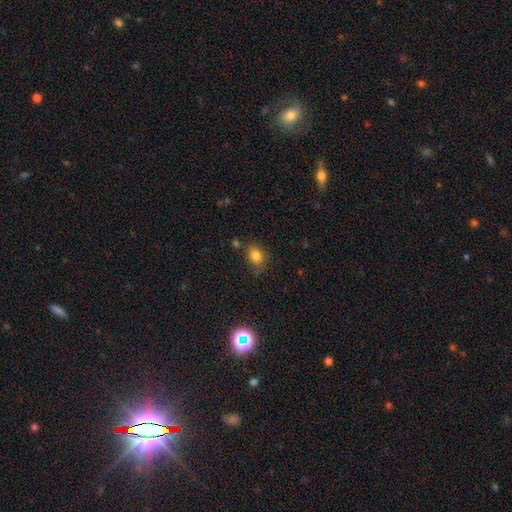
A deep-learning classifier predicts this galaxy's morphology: Smooth or featured? Predicted: smooth (p=0.82). How rounded? Predicted: in between (p=0.57). Merging? Predicted: none (p=0.74).